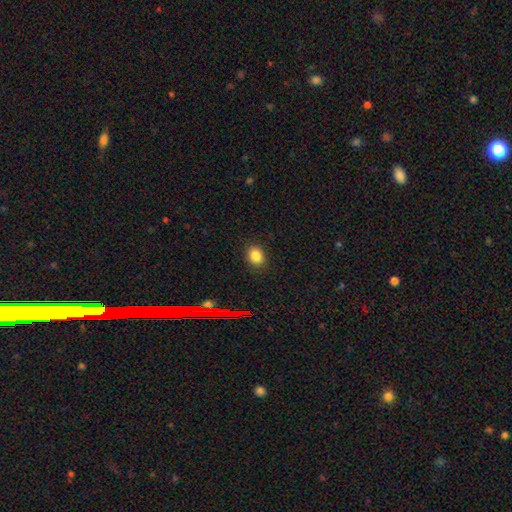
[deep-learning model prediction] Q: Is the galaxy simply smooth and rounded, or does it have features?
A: smooth — 83%.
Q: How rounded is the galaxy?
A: in between — 53%.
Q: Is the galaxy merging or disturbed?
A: none — 88%.